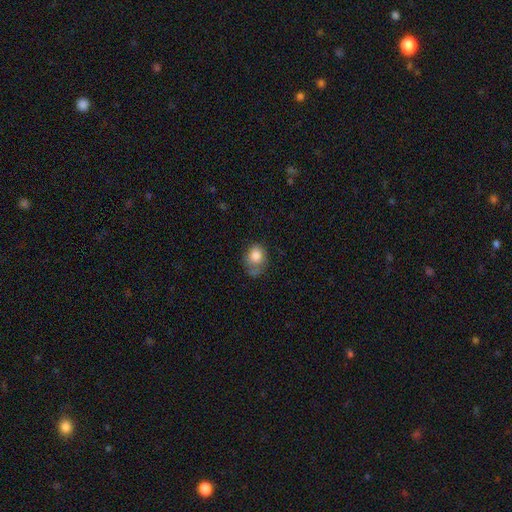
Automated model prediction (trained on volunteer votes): smooth 80%, featured or disk 11%, star or artifact 8%. Down the decision tree: how rounded — round (50%); merging — none (44%).